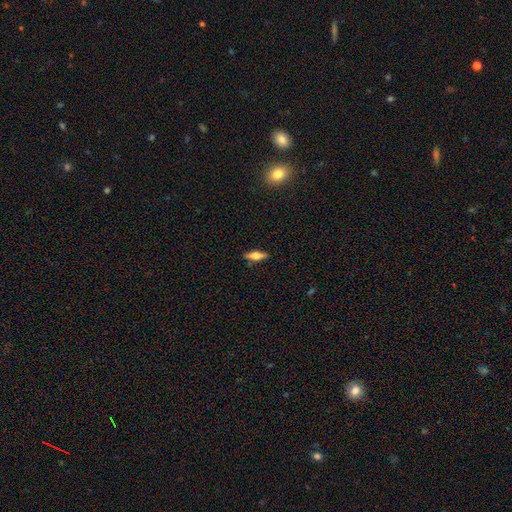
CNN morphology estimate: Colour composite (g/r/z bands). It shows a smooth galaxy with no disk features (56%) that is in between round and cigar-shaped (51%). Merging: none (88%).